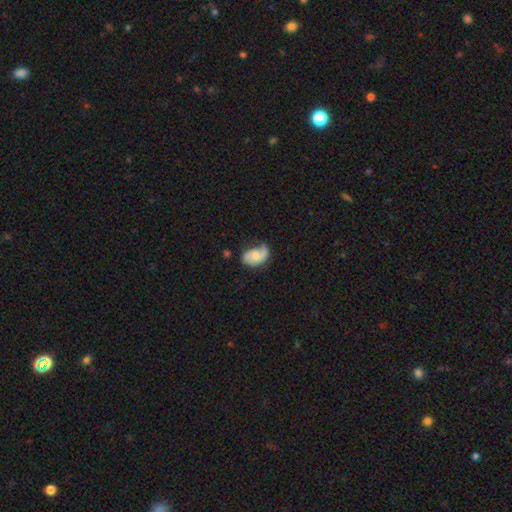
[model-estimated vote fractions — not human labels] Overall: featured or disk (51%; smooth 42%). Edge-on disk: no (97%). Merging: none (49%; minor disturbance 33%).